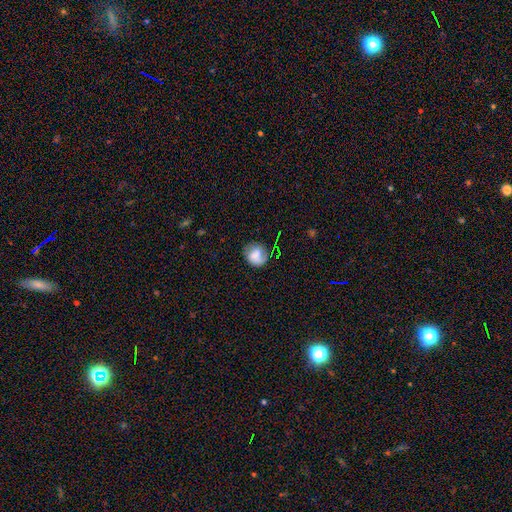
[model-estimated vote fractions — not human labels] Smooth or featured: smooth — 61% (featured or disk — 30%)
How rounded: round — 74% (in between — 25%)
Merging: none — 64% (minor disturbance — 23%)